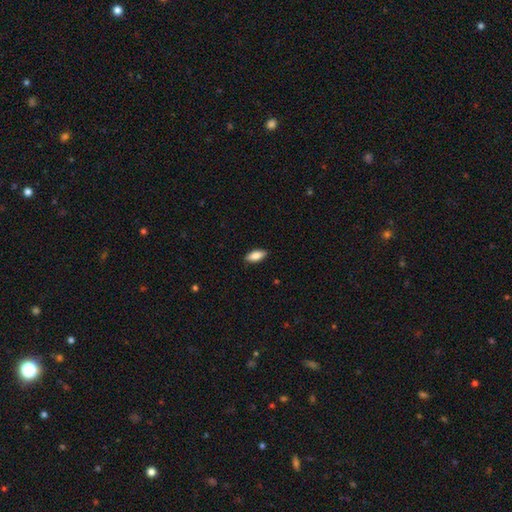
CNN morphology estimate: This appears to be a smooth galaxy with no disk features (82%) that is in between round and cigar-shaped (81%). Merging: none (89%).